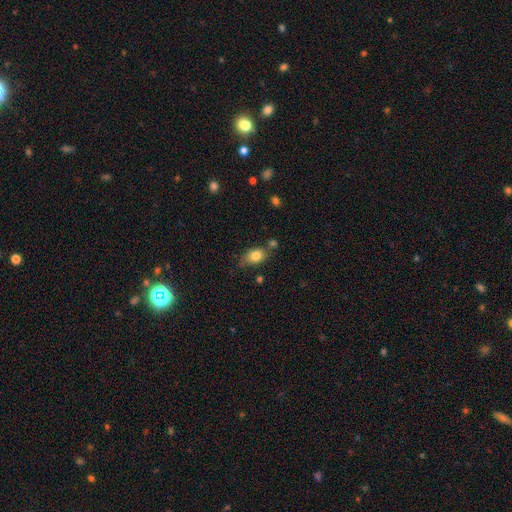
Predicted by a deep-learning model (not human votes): A smooth galaxy with no disk features (81%) that is in between round and cigar-shaped (72%). Merging: none (61%).